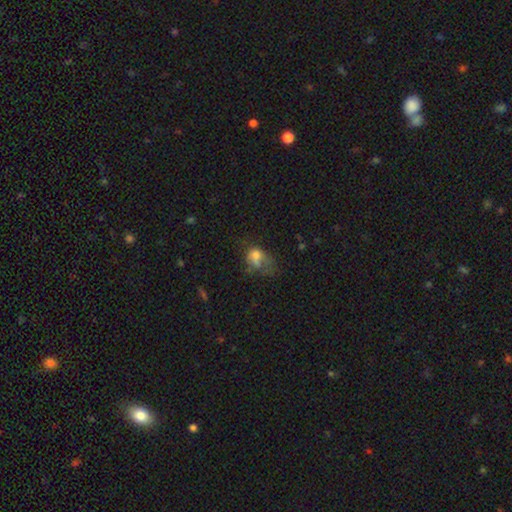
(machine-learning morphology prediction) The model was most divided on "merging": major disturbance: 45%, minor disturbance: 22%, none: 21%, merger: 11%. More confident: smooth or featured — smooth (64%); how rounded — in between (62%).